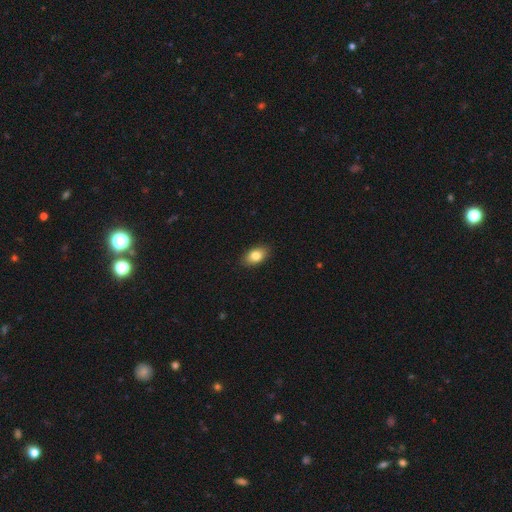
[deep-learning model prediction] Smooth or featured?
  - smooth: 83% *
  - featured or disk: 9%
  - star or artifact: 8%
How rounded?
  - in between: 90% *
  - round: 8%
  - cigar-shaped: 2%
Merging?
  - none: 88% *
  - minor disturbance: 9%
  - major disturbance: 2%
  - merger: 1%